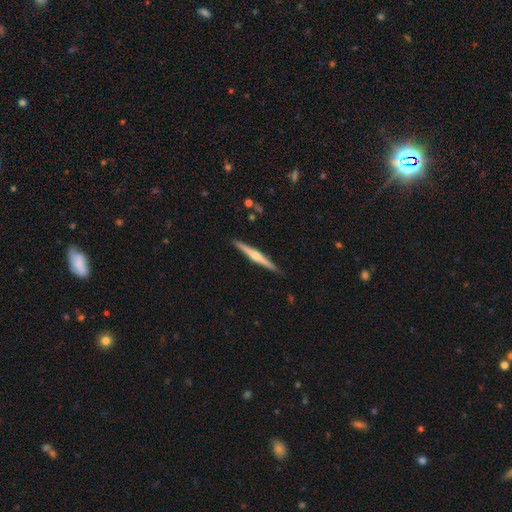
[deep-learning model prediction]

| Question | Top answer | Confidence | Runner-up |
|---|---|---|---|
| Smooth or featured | featured or disk | 67% | smooth (27%) |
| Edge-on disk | yes | 98% | no (2%) |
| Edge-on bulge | rounded | 78% | none (12%) |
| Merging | none | 91% | minor disturbance (7%) |